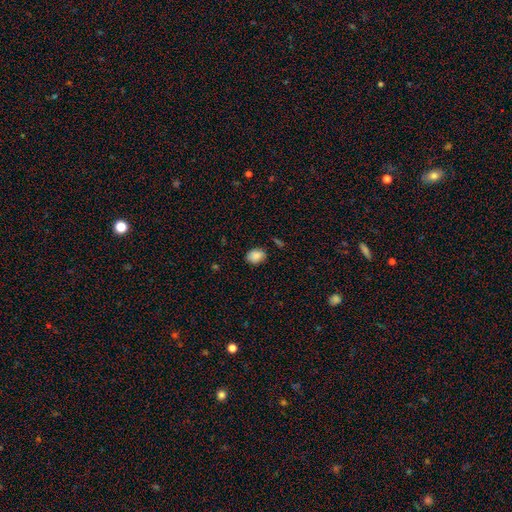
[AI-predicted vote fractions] smooth_or_featured: smooth (p=0.87) [alt: star or artifact p=0.08]
how_rounded: in between (p=0.65) [alt: round p=0.34]
merging: none (p=0.82) [alt: minor disturbance p=0.14]